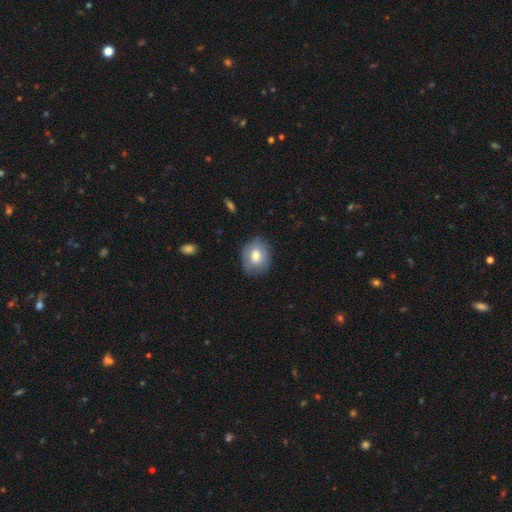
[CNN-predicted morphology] A smooth galaxy with no disk features (70%) that is round (57%). Merging: none (79%).